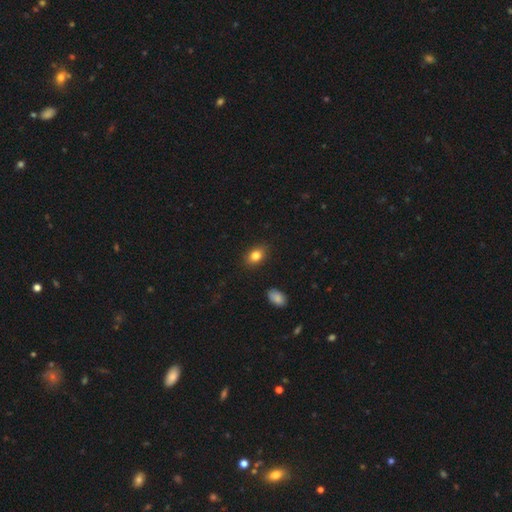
smooth-or-featured: smooth: 82% | star or artifact: 10% | featured or disk: 8%
  how-rounded: in between: 69% | round: 31% | cigar-shaped: 0%
  merging: none: 94% | minor disturbance: 3% | major disturbance: 3% | merger: 0%